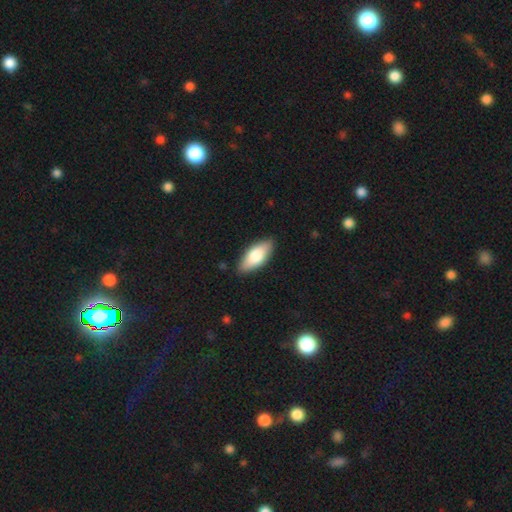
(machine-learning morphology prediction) Smooth or featured: smooth — 77% (featured or disk — 18%)
How rounded: in between — 84% (cigar-shaped — 14%)
Merging: none — 86% (minor disturbance — 11%)